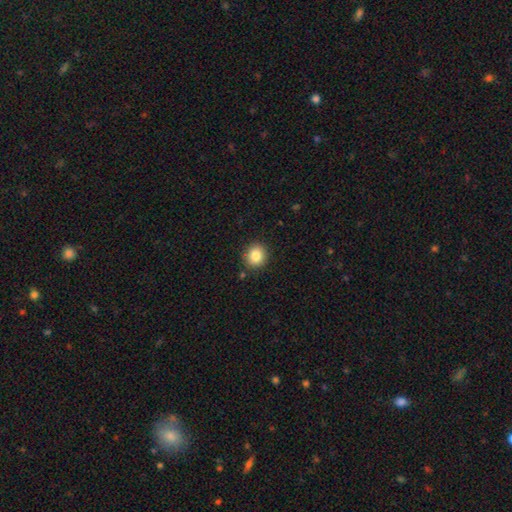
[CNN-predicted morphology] A smooth galaxy with no disk features (85%) that is round (83%). Merging: none (89%).